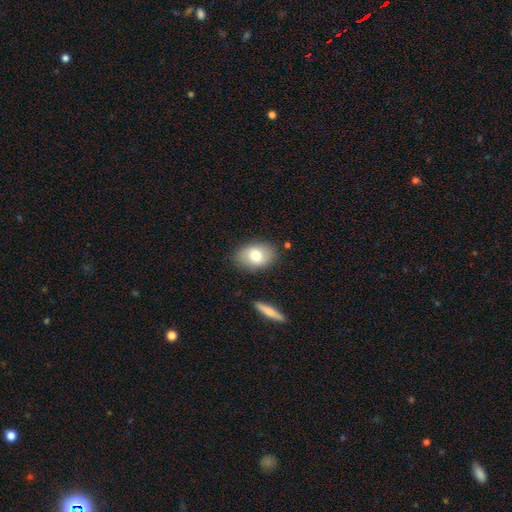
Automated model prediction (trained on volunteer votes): Morphology: type=smooth (77%); roundness=in between (85%); merging=none (80%).